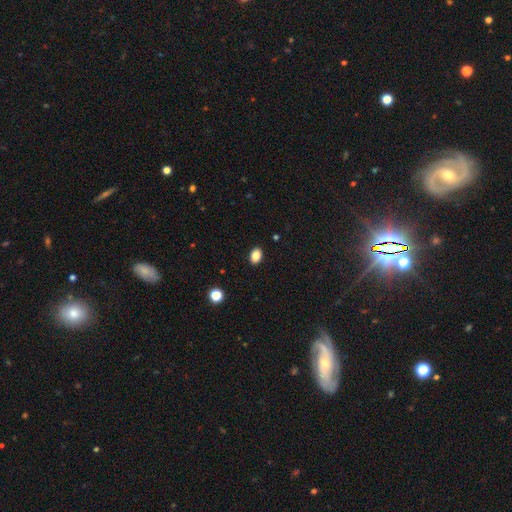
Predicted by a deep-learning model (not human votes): A smooth galaxy with no disk features (87%) that is in between round and cigar-shaped (79%). Merging: none (90%).